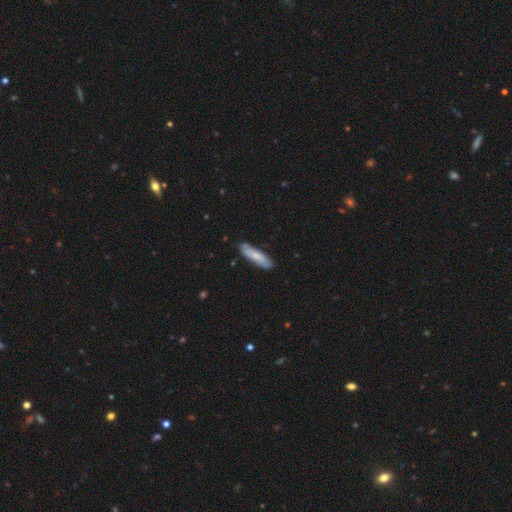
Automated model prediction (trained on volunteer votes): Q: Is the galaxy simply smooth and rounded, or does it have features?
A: smooth — 69%.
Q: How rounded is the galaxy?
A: cigar-shaped — 74%.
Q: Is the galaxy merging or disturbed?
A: none — 83%.